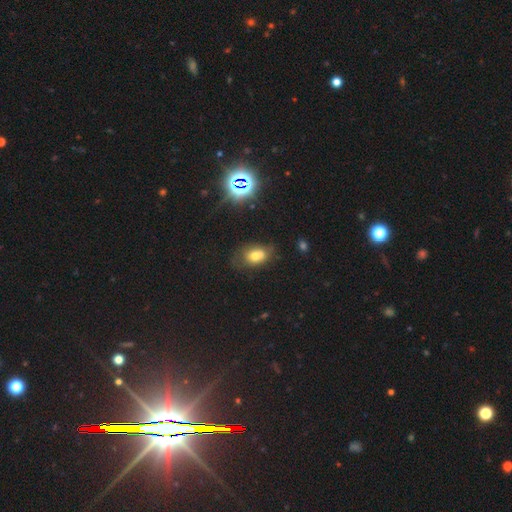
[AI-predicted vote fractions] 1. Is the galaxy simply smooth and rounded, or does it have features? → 67% smooth, 17% featured or disk, 16% star or artifact.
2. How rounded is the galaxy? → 76% in between, 22% round, 2% cigar-shaped.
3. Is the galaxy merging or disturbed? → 47% none, 25% minor disturbance, 17% merger, 11% major disturbance.